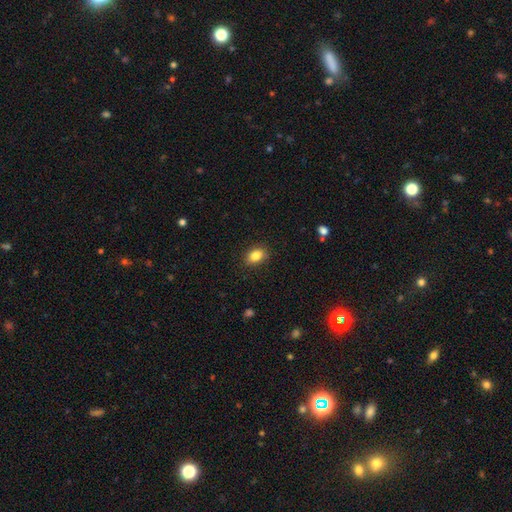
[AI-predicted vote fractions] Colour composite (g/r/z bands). It shows a smooth galaxy with no disk features (85%) that is in between round and cigar-shaped (77%). Merging: none (86%).